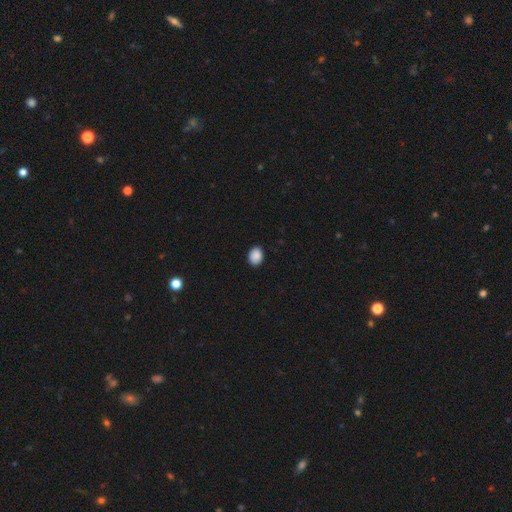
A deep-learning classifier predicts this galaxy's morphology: Smooth or featured? Predicted: smooth (p=0.89). How rounded? Predicted: in between (p=0.63). Merging? Predicted: none (p=0.88).